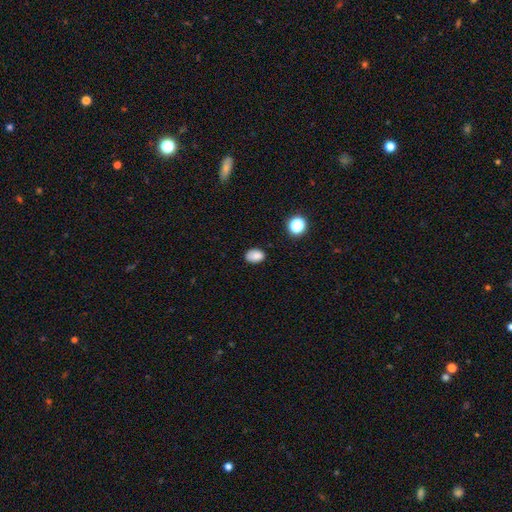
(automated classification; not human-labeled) This appears to be a smooth galaxy with no disk features (84%) that is in between round and cigar-shaped (78%). Merging: none (80%).